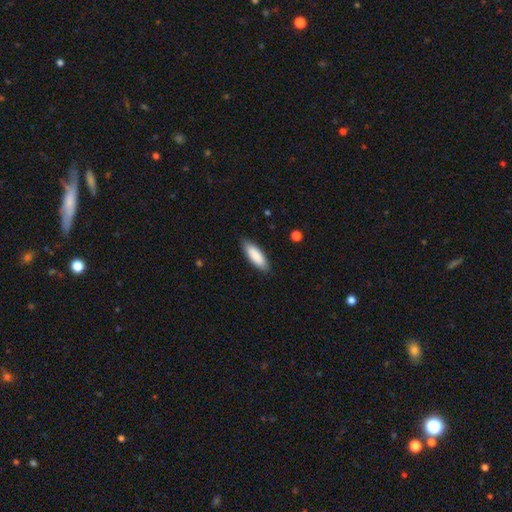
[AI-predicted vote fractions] A smooth galaxy with no disk features (87%) that is in between round and cigar-shaped (56%).

Vote fractions:
- Smooth or featured? smooth: 87% / featured or disk: 8% / star or artifact: 5%
- How rounded? in between: 56% / cigar-shaped: 42% / round: 1%
- Merging? none: 86% / minor disturbance: 11% / major disturbance: 2% / merger: 1%